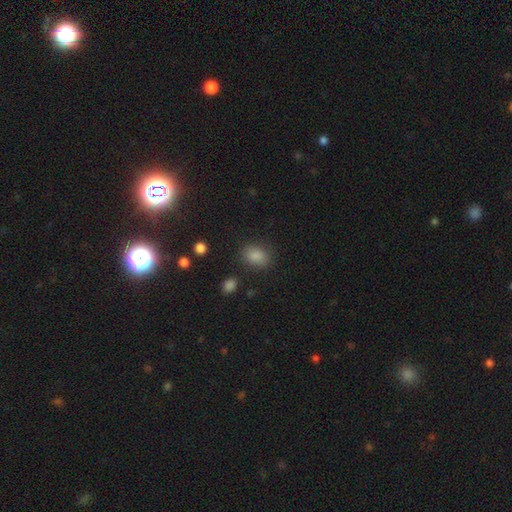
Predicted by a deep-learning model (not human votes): This is likely a smooth galaxy (78%). How rounded: likely in between (71%). Merging: clearly none (83%).